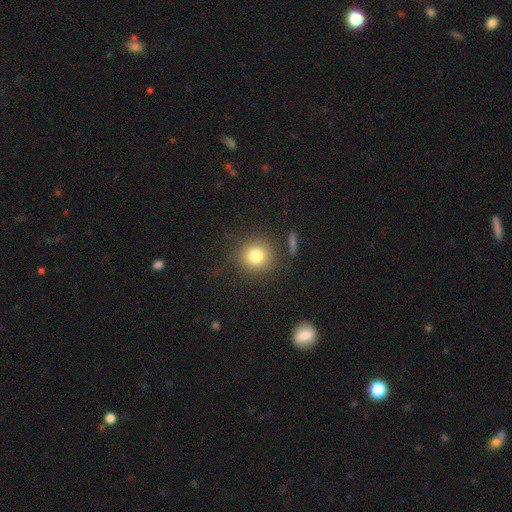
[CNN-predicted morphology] The model was most divided on "smooth or featured": smooth: 80%, star or artifact: 11%, featured or disk: 9%. More confident: how rounded — round (91%); merging — none (85%).